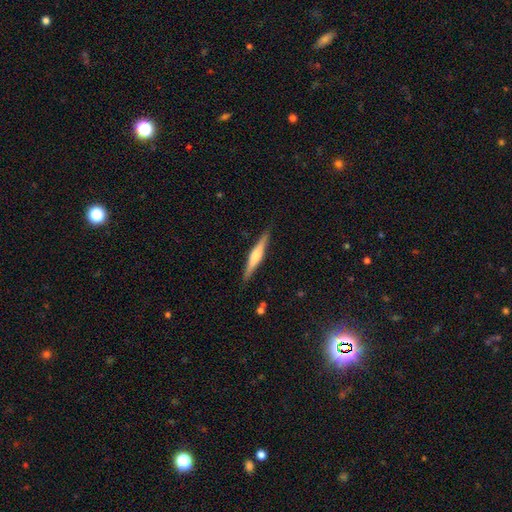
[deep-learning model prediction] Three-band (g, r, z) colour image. It shows a featured or disk galaxy (62%) viewed edge-on (97%) with a rounded central bulge (79%). Merging: none (89%).